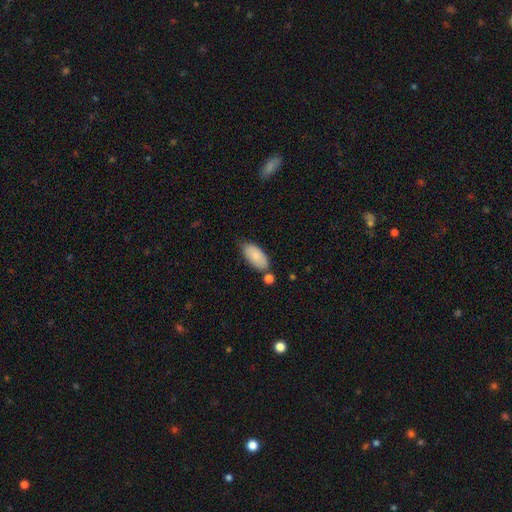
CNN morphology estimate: Smooth or featured? smooth (86%)
How rounded? in between (91%)
Merging? none (66%)